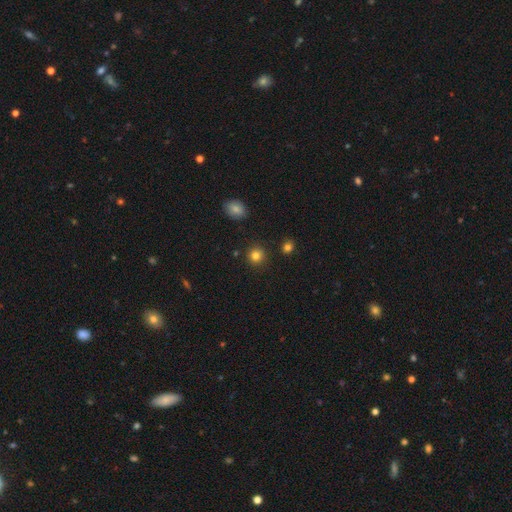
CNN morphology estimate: This appears to be a smooth galaxy with no disk features (83%) that is round (92%). Merging: none (90%).